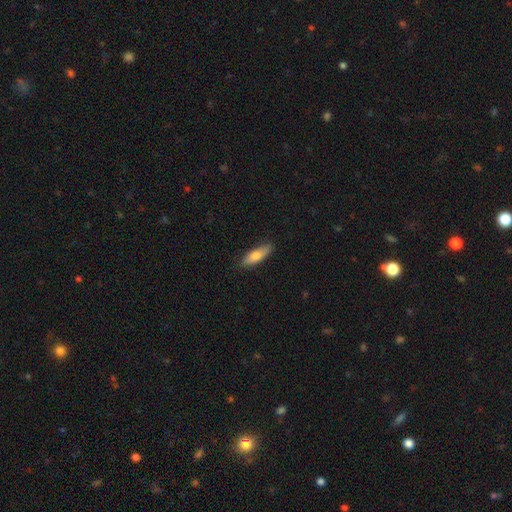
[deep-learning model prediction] Morphology: type=smooth (75%); roundness=cigar-shaped (54%); merging=none (84%).